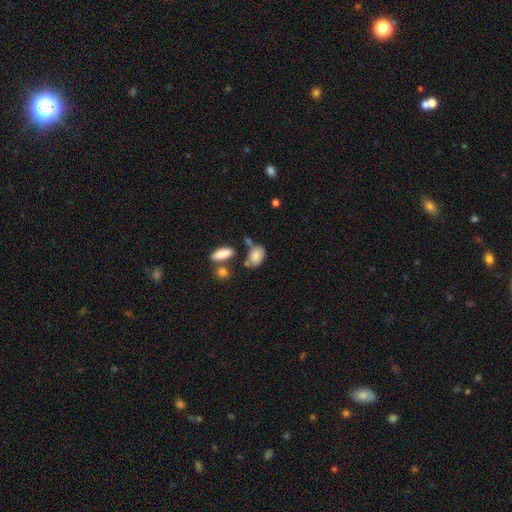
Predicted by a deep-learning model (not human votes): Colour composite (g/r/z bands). It shows a smooth galaxy with no disk features (84%) that is in between round and cigar-shaped (87%). Merging: none (54%).